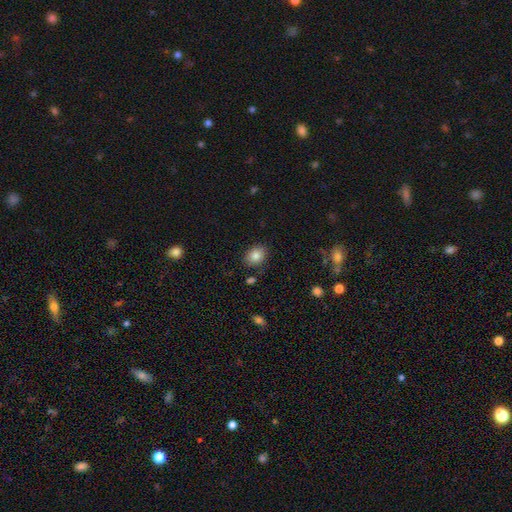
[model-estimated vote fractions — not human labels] smooth_or_featured: smooth (p=0.83) [alt: star or artifact p=0.09]
how_rounded: in between (p=0.61) [alt: round p=0.38]
merging: none (p=0.85) [alt: minor disturbance p=0.10]